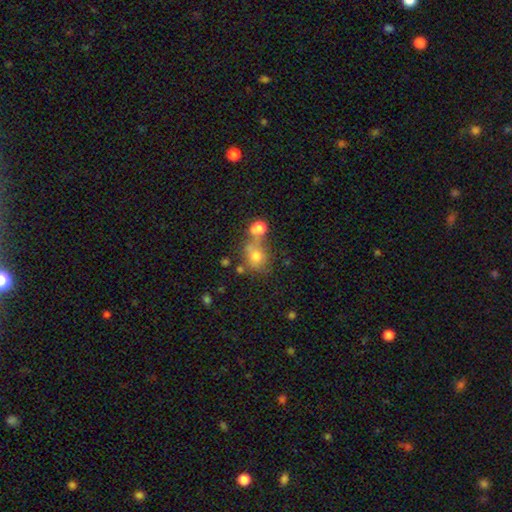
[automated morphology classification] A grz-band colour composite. It shows a smooth galaxy with no disk features (56%) that is round (72%). Merging: none (43%).